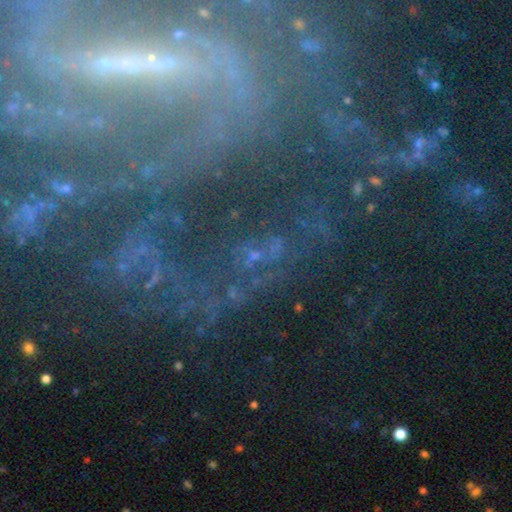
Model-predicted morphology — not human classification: This is possibly a star or artifact rather than a galaxy (57%).